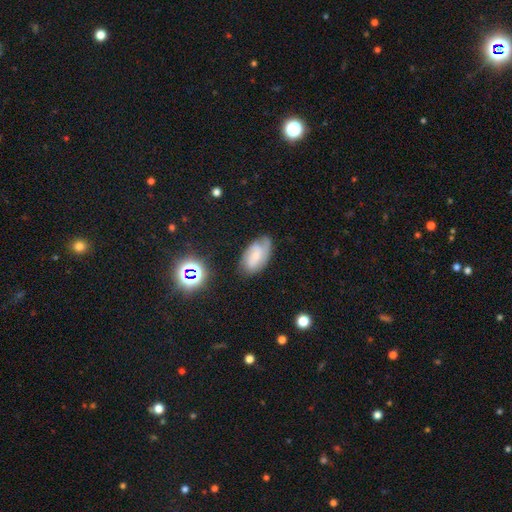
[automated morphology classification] A featured or disk galaxy (45%). Merging: none (61%).